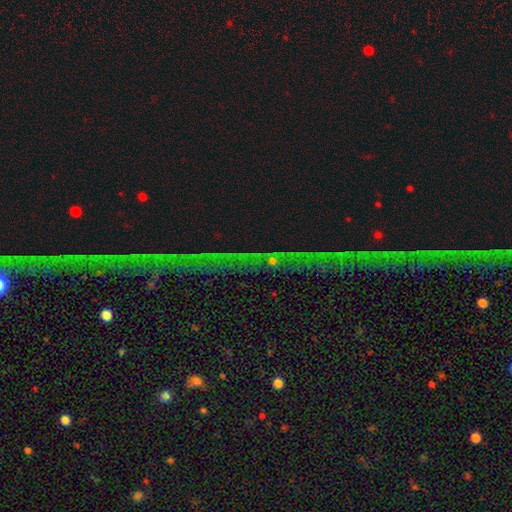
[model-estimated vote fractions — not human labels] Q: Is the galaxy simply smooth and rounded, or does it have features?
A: star or artifact — 69%.